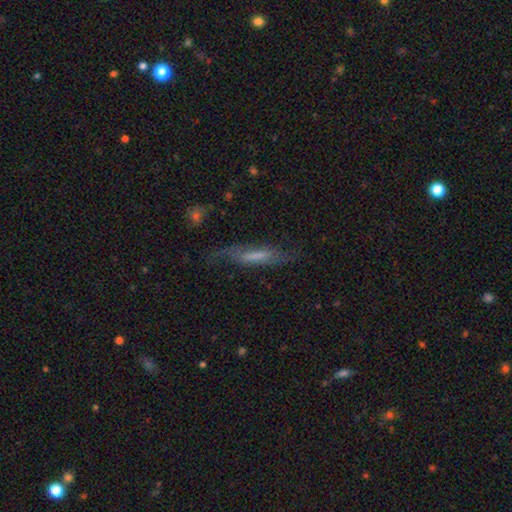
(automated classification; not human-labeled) Q: Smooth or featured?
A: featured or disk (50%); runner-up: smooth (40%)
Q: Edge-on disk?
A: yes (53%); runner-up: no (47%)
Q: Merging?
A: none (62%); runner-up: minor disturbance (22%)